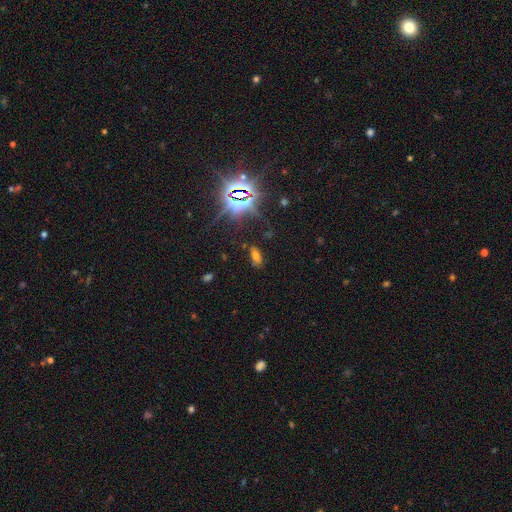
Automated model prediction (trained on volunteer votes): Morphology: type=smooth (54%); roundness=in between (83%); merging=none (79%).